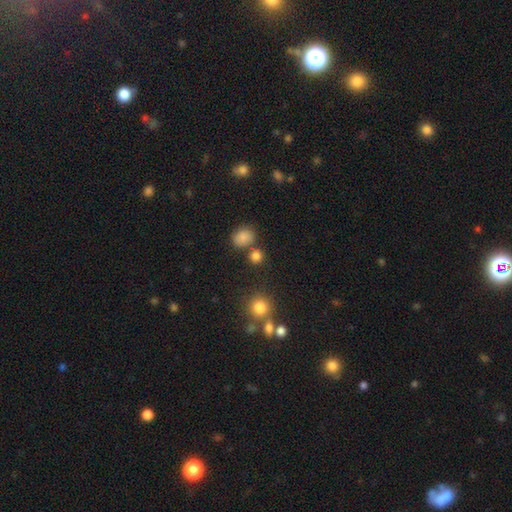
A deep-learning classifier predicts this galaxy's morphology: type=smooth (81%); roundness=round (78%); merging=none (70%).